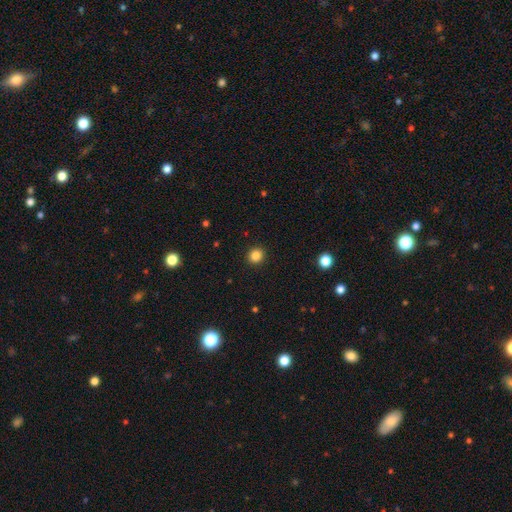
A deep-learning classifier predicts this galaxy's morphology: This appears to be a smooth galaxy with no disk features (84%) that is round (87%). Merging: none (92%).